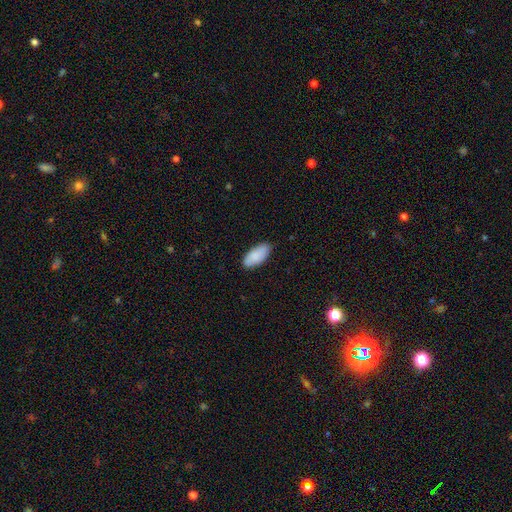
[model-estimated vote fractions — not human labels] smooth-or-featured: smooth: 86% | featured or disk: 8% | star or artifact: 6%
  how-rounded: in between: 90% | cigar-shaped: 8% | round: 2%
  merging: none: 83% | minor disturbance: 14% | major disturbance: 2% | merger: 1%